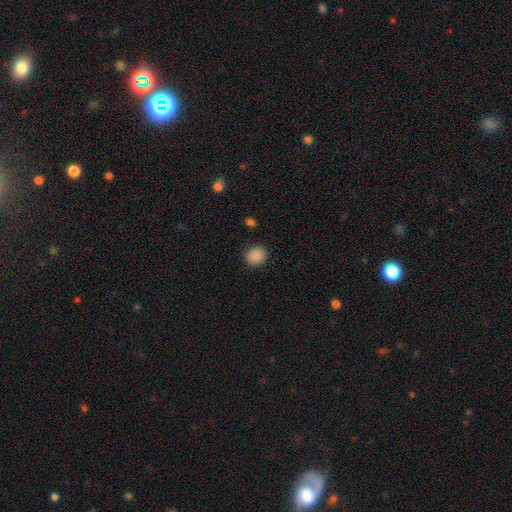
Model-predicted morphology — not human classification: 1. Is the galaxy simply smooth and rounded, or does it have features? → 88% smooth, 9% star or artifact, 3% featured or disk.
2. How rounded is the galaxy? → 81% round, 19% in between, 1% cigar-shaped.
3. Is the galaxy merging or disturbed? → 89% none, 7% minor disturbance, 2% major disturbance, 1% merger.